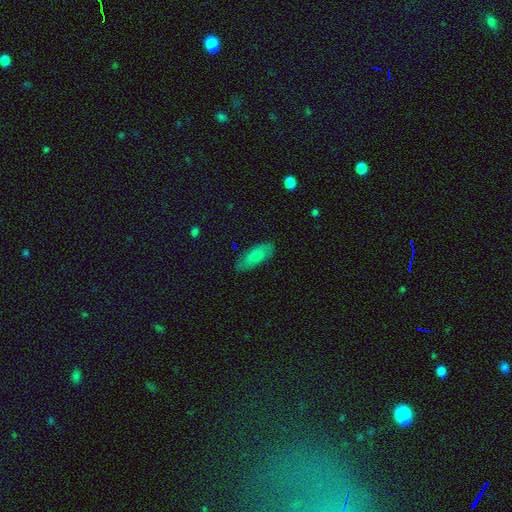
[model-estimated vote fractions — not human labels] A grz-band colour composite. It shows a smooth galaxy with no disk features (74%) that is in between round and cigar-shaped (78%). Merging: none (82%).